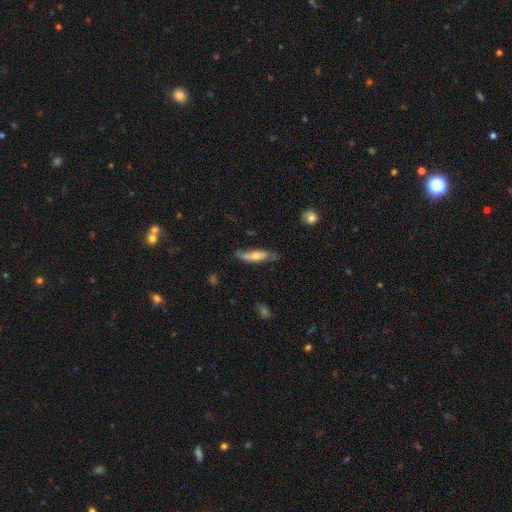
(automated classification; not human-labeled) A featured or disk galaxy (49%).

Vote fractions:
- Smooth or featured? featured or disk: 49% / smooth: 44% / star or artifact: 6%
- Merging? none: 62% / minor disturbance: 26% / major disturbance: 9% / merger: 3%